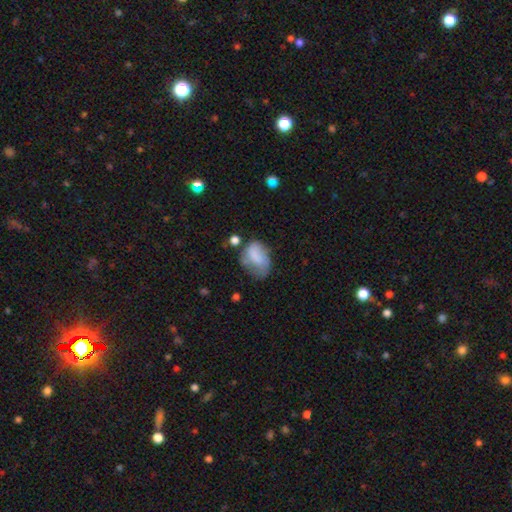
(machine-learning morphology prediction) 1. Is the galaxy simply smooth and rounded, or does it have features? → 71% smooth, 20% featured or disk, 9% star or artifact.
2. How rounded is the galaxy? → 78% in between, 20% round, 1% cigar-shaped.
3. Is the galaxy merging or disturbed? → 34% none (tied), 34% minor disturbance (tied), 25% major disturbance, 7% merger.